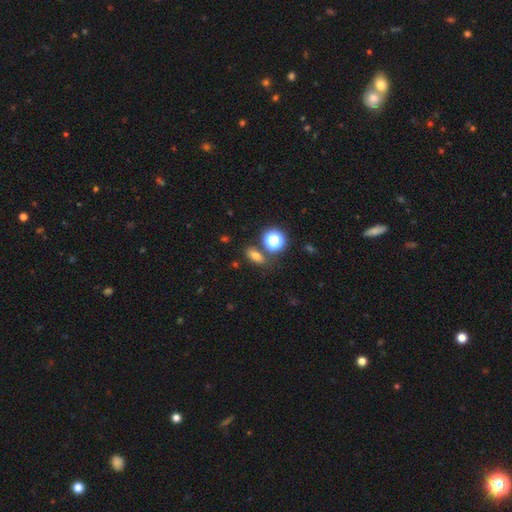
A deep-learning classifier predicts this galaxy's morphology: smooth_or_featured: smooth (p=0.69) [alt: star or artifact p=0.20]
how_rounded: in between (p=0.68) [alt: round p=0.23]
merging: none (p=0.76) [alt: minor disturbance p=0.10]